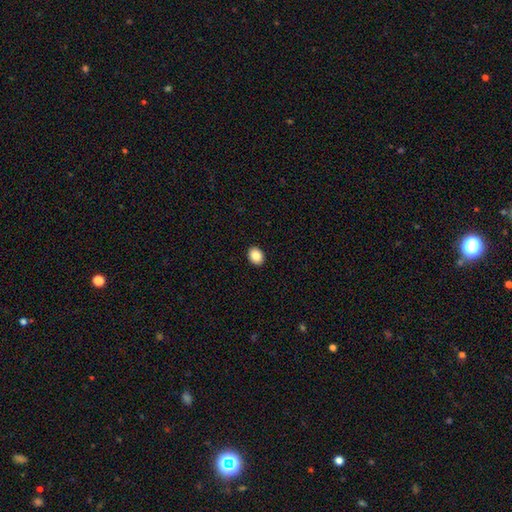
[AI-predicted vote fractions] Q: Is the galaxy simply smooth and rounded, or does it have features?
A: smooth — 87%.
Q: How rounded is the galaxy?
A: in between — 57%.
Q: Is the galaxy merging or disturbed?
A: none — 92%.